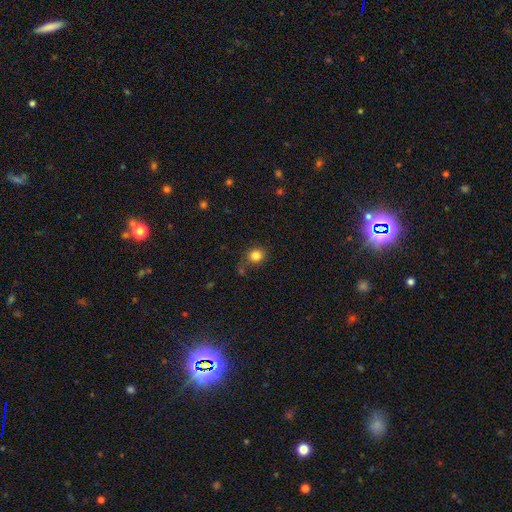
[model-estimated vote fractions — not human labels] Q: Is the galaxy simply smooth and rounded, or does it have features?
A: smooth — 83%.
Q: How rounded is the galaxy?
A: round — 84%.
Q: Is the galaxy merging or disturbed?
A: none — 74%.